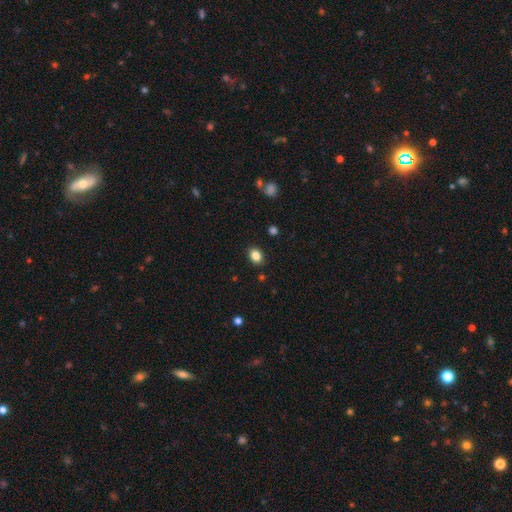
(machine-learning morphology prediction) smooth_or_featured: smooth (p=0.85) [alt: star or artifact p=0.10]
how_rounded: in between (p=0.62) [alt: round p=0.37]
merging: none (p=0.88) [alt: minor disturbance p=0.09]